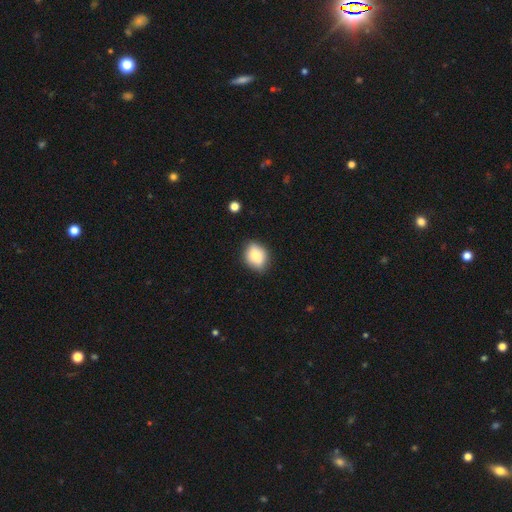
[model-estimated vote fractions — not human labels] The model was most divided on "how rounded": in between: 65%, round: 33%, cigar-shaped: 2%. More confident: smooth or featured — smooth (81%); merging — none (81%).